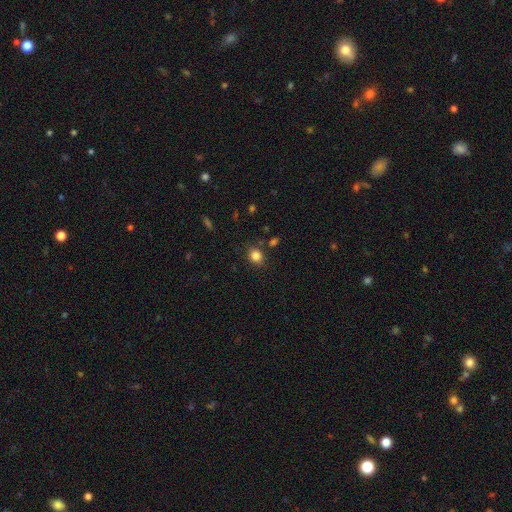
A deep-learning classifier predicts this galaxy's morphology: A smooth galaxy with no disk features (84%) that is round (68%). Merging: none (83%).